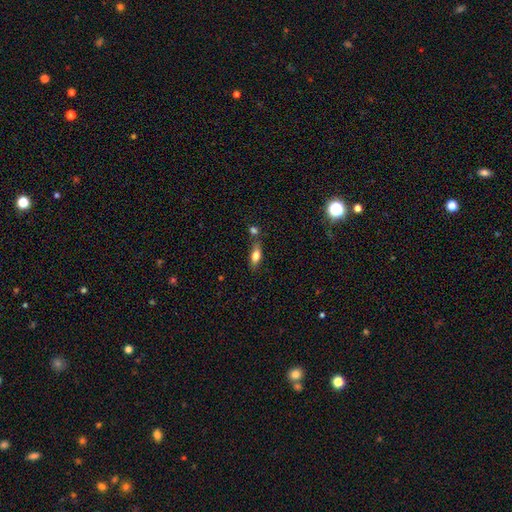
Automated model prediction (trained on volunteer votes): smooth-or-featured: smooth: 75% | featured or disk: 17% | star or artifact: 8%
  how-rounded: in between: 76% | cigar-shaped: 19% | round: 4%
  merging: none: 62% | merger: 18% | minor disturbance: 15% | major disturbance: 4%